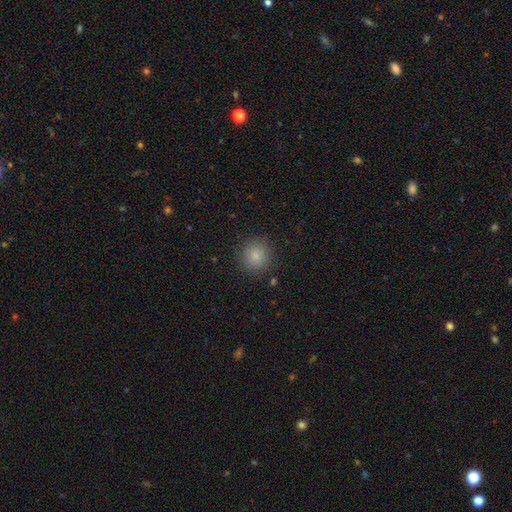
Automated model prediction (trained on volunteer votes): Smooth or featured: smooth — 84% (star or artifact — 11%)
How rounded: round — 92% (in between — 7%)
Merging: none — 89% (minor disturbance — 7%)